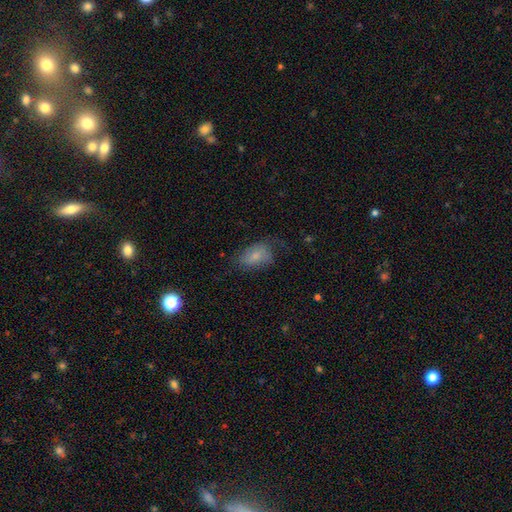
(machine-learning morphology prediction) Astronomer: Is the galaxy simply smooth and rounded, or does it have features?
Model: smooth — 67%.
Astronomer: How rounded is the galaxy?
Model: in between — 88%.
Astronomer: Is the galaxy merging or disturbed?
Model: none — 56%.